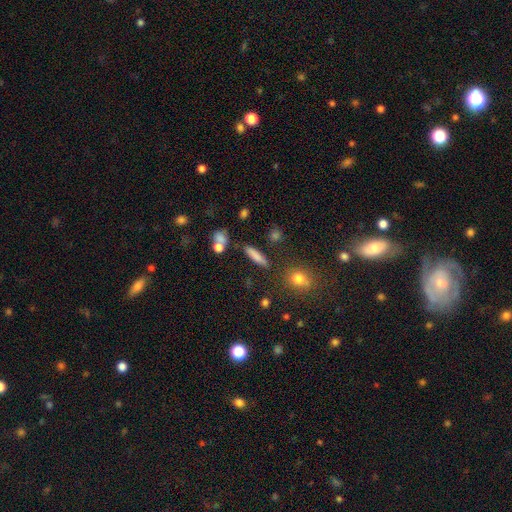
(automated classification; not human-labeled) smooth 76%, featured or disk 13%, star or artifact 10%. Down the decision tree: how rounded — cigar-shaped (76%); merging — none (81%).